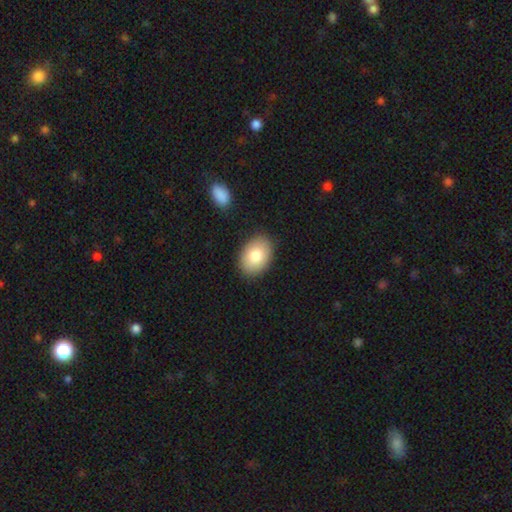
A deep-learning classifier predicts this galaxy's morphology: smooth 81%, featured or disk 13%, star or artifact 7%. Down the decision tree: how rounded — in between (82%); merging — none (87%).